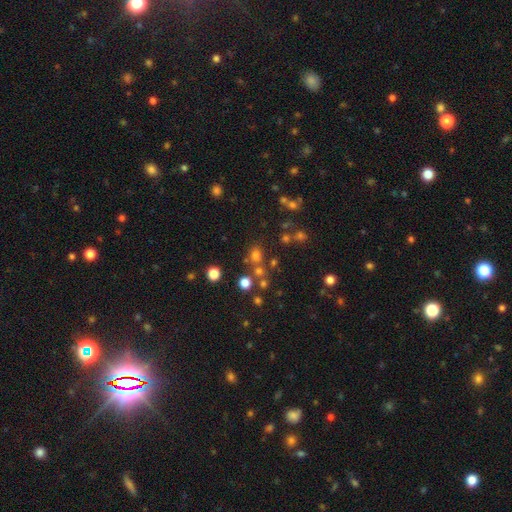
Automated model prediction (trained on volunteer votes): smooth-or-featured: smooth: 65% | star or artifact: 26% | featured or disk: 9%
  how-rounded: round: 71% | in between: 27% | cigar-shaped: 1%
  merging: none: 67% | merger: 17% | minor disturbance: 11% | major disturbance: 5%